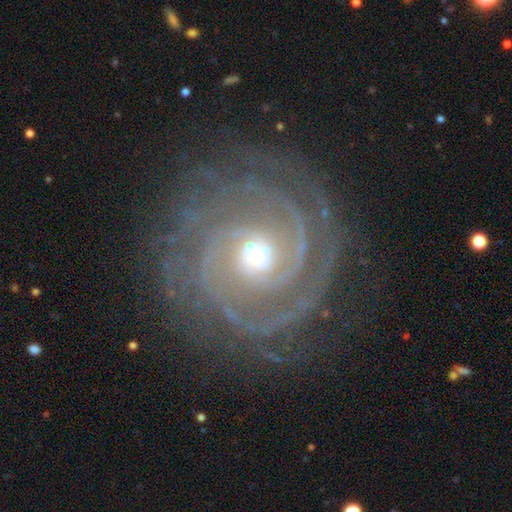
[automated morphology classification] Smooth or featured?
  - featured or disk: 91% *
  - star or artifact: 6%
  - smooth: 3%
Edge-on disk?
  - no: 98% *
  - yes: 2%
Bar?
  - no: 65% *
  - weak: 24%
  - strong: 11%
Spiral arms?
  - yes: 98% *
  - no: 2%
Spiral winding?
  - tight: 69% *
  - medium: 26%
  - loose: 5%
Spiral arm count?
  - 2: 36% *
  - 3: 17%
  - can't tell: 15%
  - 4: 12%
  - more than 4: 11%
  - 1: 10%
Bulge size?
  - small: 48% *
  - moderate: 37%
  - large: 10%
  - none: 3%
  - dominant: 2%
Merging?
  - none: 75% *
  - minor disturbance: 13%
  - major disturbance: 9%
  - merger: 3%